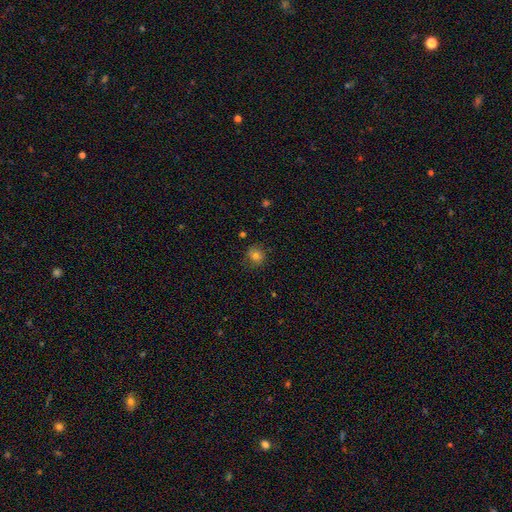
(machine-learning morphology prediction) Smooth or featured? smooth (77%)
How rounded? round (82%)
Merging? none (81%)